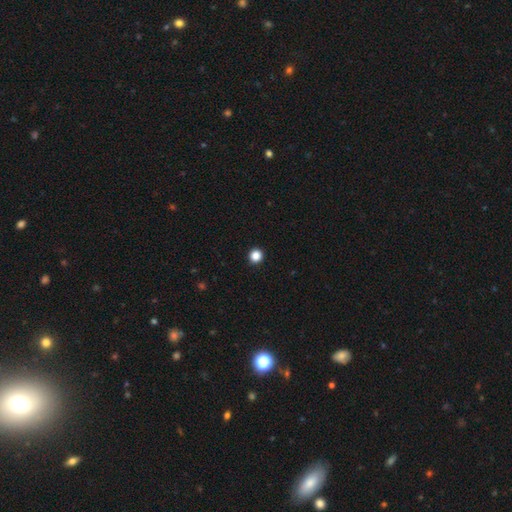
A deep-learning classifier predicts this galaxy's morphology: Smooth or featured? smooth (87%)
How rounded? round (94%)
Merging? none (94%)